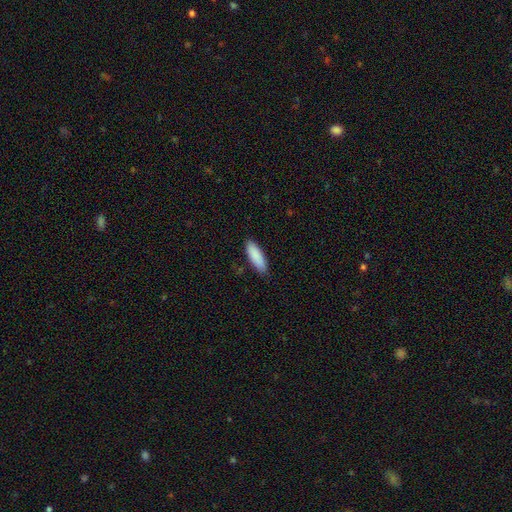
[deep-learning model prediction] smooth-or-featured: smooth: 90% | star or artifact: 5% | featured or disk: 5%
  how-rounded: in between: 53% | cigar-shaped: 45% | round: 1%
  merging: none: 87% | minor disturbance: 10% | major disturbance: 2% | merger: 1%